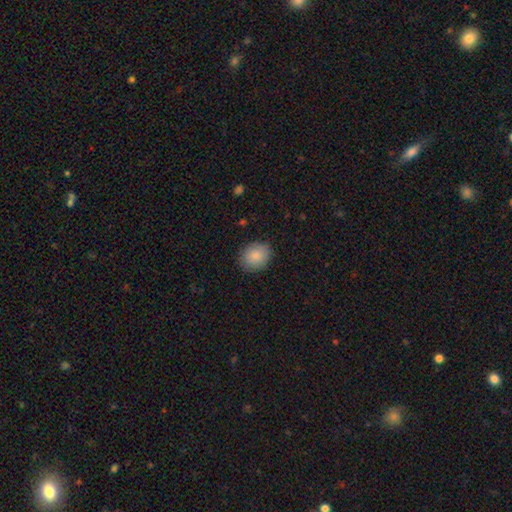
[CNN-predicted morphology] The model was most divided on "how rounded": round: 52%, in between: 47%, cigar-shaped: 1%. More confident: smooth or featured — smooth (87%); merging — none (86%).